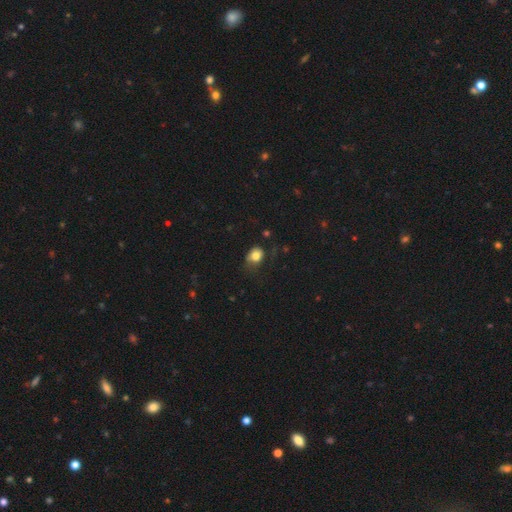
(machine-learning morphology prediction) The model was most divided on "how rounded": in between: 55%, round: 44%, cigar-shaped: 1%. Remaining: smooth or featured — smooth (80%); merging — none (46%).